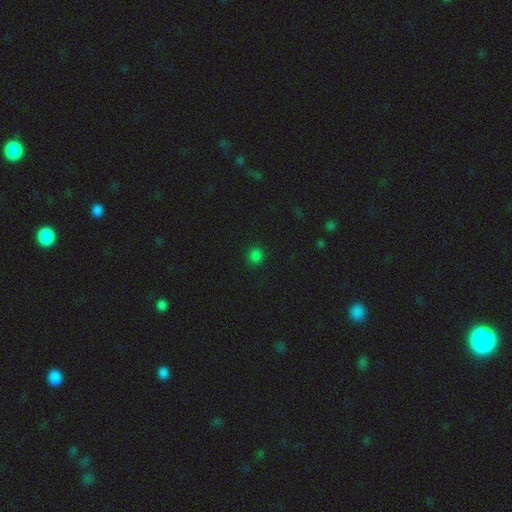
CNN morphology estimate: The model was most divided on "smooth or featured": smooth: 80%, star or artifact: 17%, featured or disk: 3%. More confident: merging — none (90%); how rounded — round (89%).